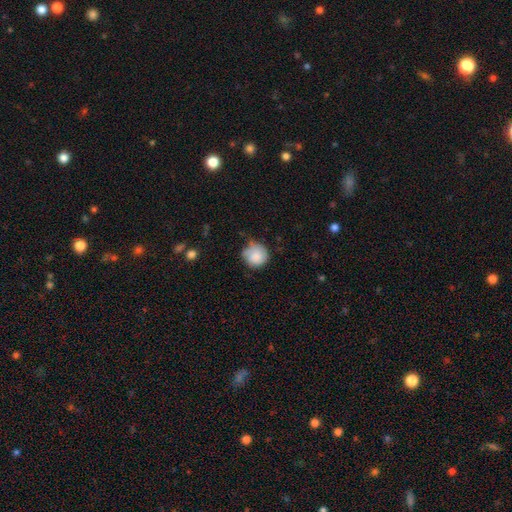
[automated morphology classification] This appears to be a smooth galaxy with no disk features (83%) that is round (90%). Merging: none (55%).